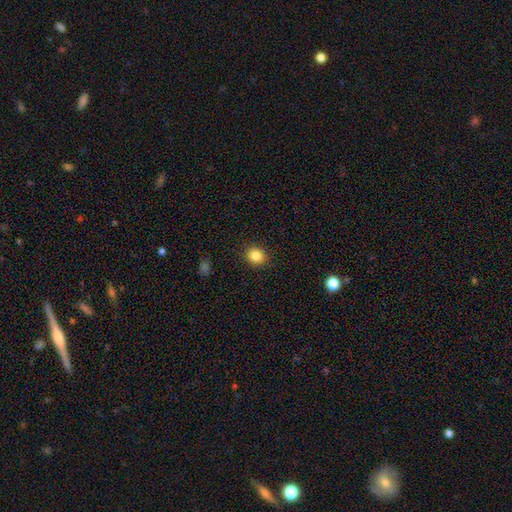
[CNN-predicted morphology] Smooth or featured? Predicted: smooth (p=0.85). How rounded? Predicted: round (p=0.67). Merging? Predicted: none (p=0.90).